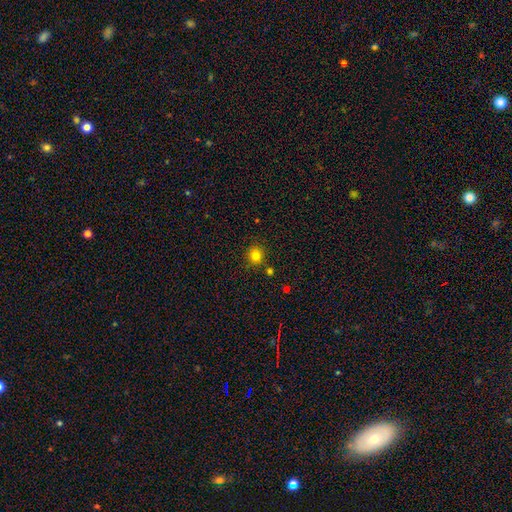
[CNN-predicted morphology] A smooth galaxy with no disk features (80%) that is round (88%).

Vote fractions:
- Smooth or featured? smooth: 80% / star or artifact: 14% / featured or disk: 6%
- How rounded? round: 88% / in between: 12% / cigar-shaped: 1%
- Merging? none: 83% / minor disturbance: 9% / merger: 5% / major disturbance: 2%